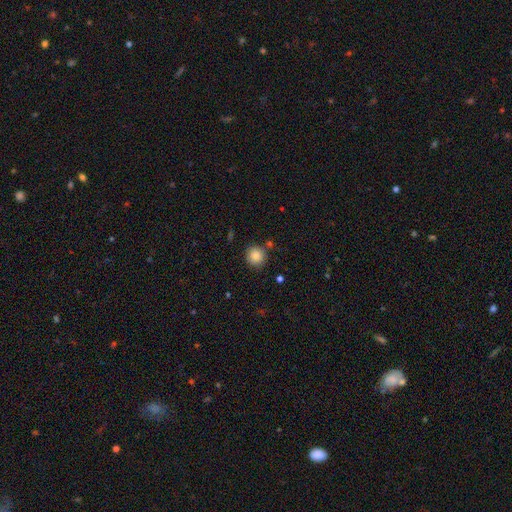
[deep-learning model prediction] This is clearly a smooth galaxy (86%). How rounded: clearly round (93%). Merging: clearly none (84%).